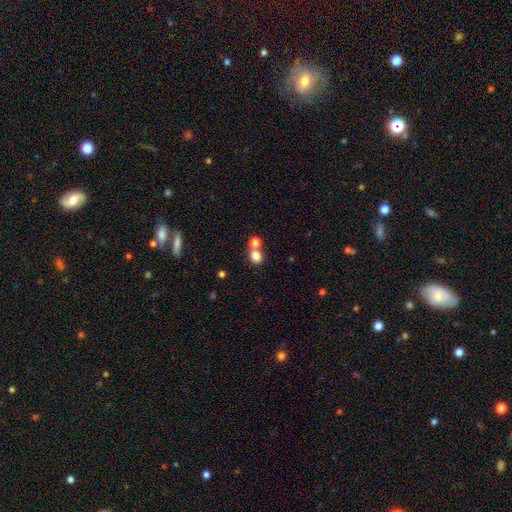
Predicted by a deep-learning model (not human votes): Morphology: type=smooth (80%); roundness=round (69%); merging=none (53%).